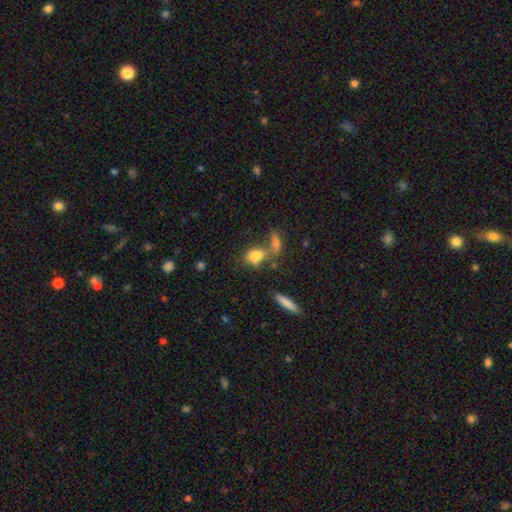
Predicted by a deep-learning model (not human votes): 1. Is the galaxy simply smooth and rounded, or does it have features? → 77% smooth, 12% featured or disk, 10% star or artifact.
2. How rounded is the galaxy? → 67% in between, 26% round, 6% cigar-shaped.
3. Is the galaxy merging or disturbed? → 40% merger, 38% none, 13% minor disturbance, 9% major disturbance.